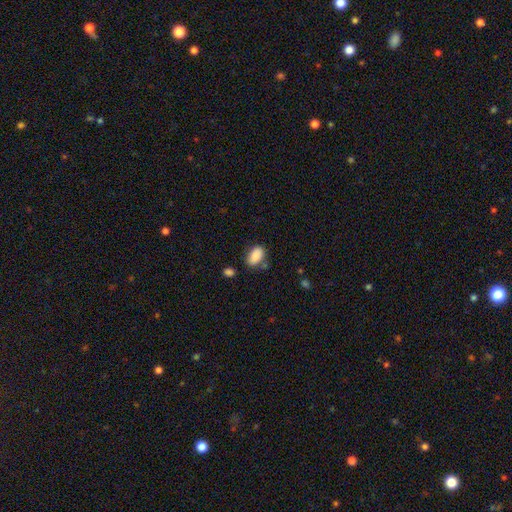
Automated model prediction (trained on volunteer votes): Overall: smooth (86%). How rounded: in between (91%). Merging: none (71%).